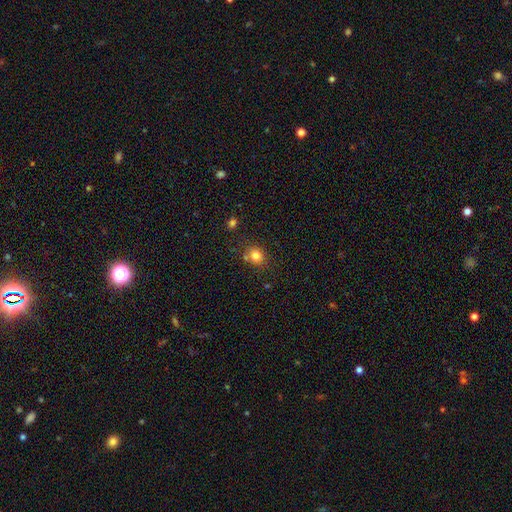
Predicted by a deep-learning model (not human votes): Smooth or featured? Predicted: smooth (p=0.80). How rounded? Predicted: round (p=0.71). Merging? Predicted: none (p=0.72).